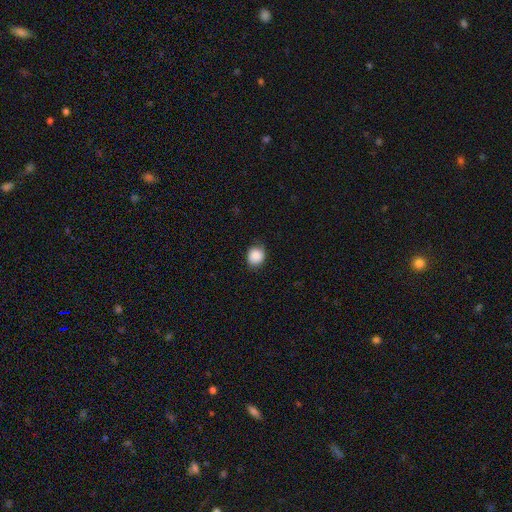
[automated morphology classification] Overall: smooth (87%). How rounded: round (73%). Merging: none (79%).